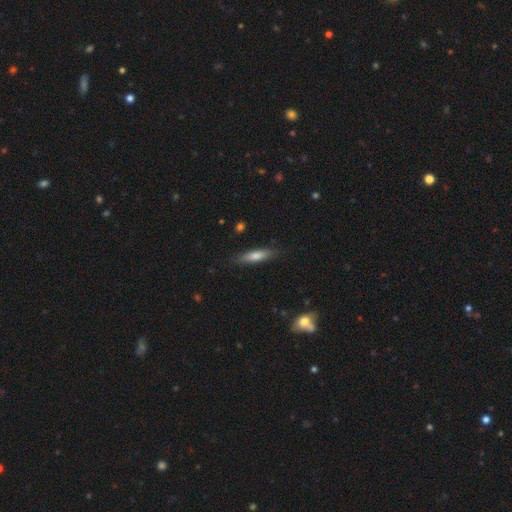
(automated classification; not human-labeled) Morphology: type=smooth (65%); roundness=cigar-shaped (76%); merging=none (85%).